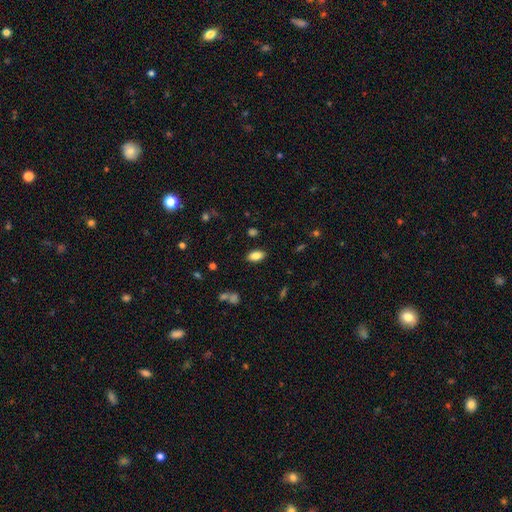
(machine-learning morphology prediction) The model was most divided on "smooth or featured": smooth: 84%, star or artifact: 9%, featured or disk: 7%. More confident: how rounded — in between (91%); merging — none (86%).